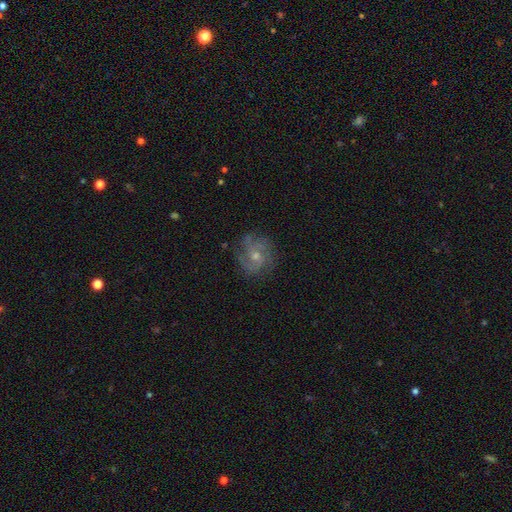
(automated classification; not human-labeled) smooth-or-featured: featured or disk: 81% | smooth: 11% | star or artifact: 8%
  disk-edge-on: no: 98% | yes: 2%
    bar: no: 69% | weak: 28% | strong: 4%
    has-spiral-arms: yes: 95% | no: 5%
      spiral-winding: medium: 45% | tight: 43% | loose: 12%
      spiral-arm-count: 3: 41% | can't tell: 17% | 2: 16% | 4: 15% | more than 4: 5% | 1: 5%
    bulge-size: moderate: 52% | small: 42% | none: 3% | large: 2% | dominant: 1%
  merging: none: 76% | minor disturbance: 16% | major disturbance: 7% | merger: 1%